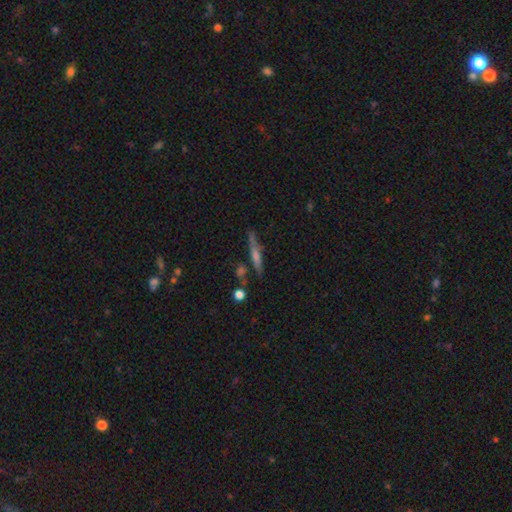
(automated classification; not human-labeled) Overall: featured or disk (57%; smooth 32%). Edge-on disk: yes (93%). Edge-on bulge: rounded (54%; none 29%). Merging: none (76%).